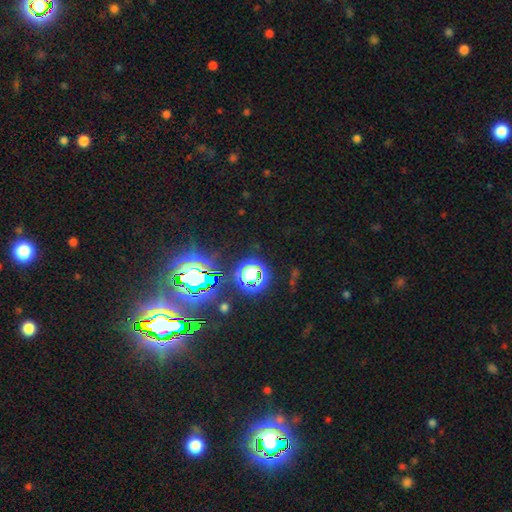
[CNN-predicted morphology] Smooth or featured? Predicted: star or artifact (p=0.82).